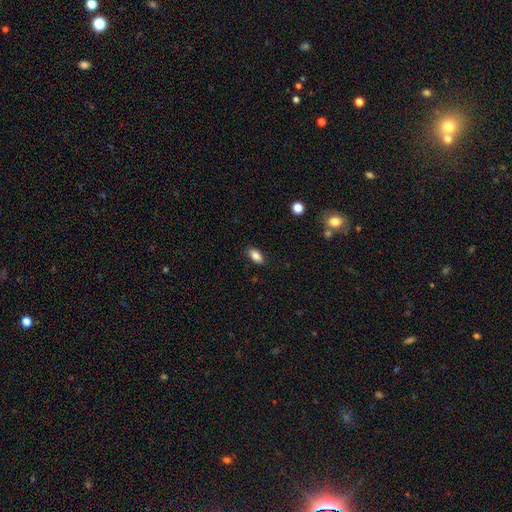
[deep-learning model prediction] Smooth or featured? smooth (87%)
How rounded? in between (90%)
Merging? none (86%)